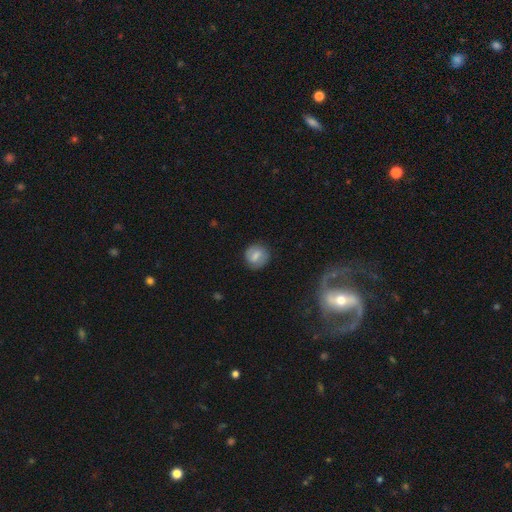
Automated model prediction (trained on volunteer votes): Q: Smooth or featured?
A: smooth (66%); runner-up: featured or disk (26%)
Q: How rounded?
A: round (81%); runner-up: in between (17%)
Q: Merging?
A: none (81%); runner-up: minor disturbance (14%)